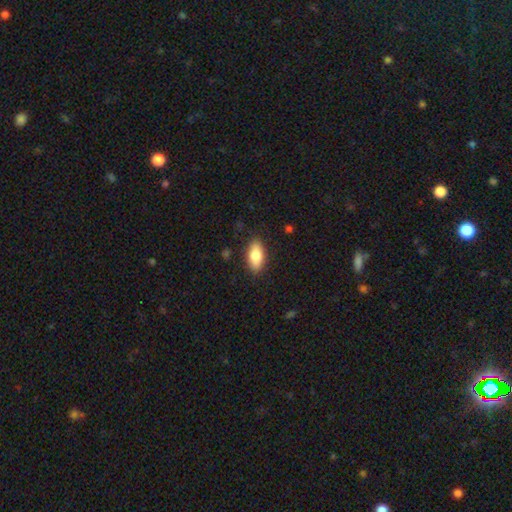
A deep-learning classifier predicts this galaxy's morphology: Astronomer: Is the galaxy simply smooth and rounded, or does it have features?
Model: smooth — 81%.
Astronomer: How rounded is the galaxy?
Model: in between — 89%.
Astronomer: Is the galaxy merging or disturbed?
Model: none — 87%.